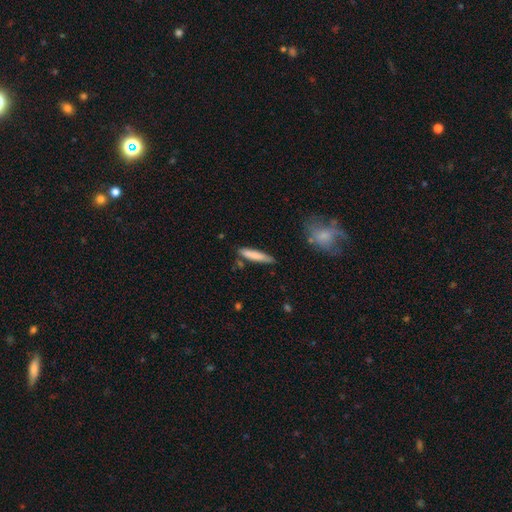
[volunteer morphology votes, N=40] Smooth or featured: smooth — 72% (featured or disk — 25%)
How rounded: cigar-shaped — 72% (in between — 24%)
Merging: none — 97% (minor disturbance — 3%)